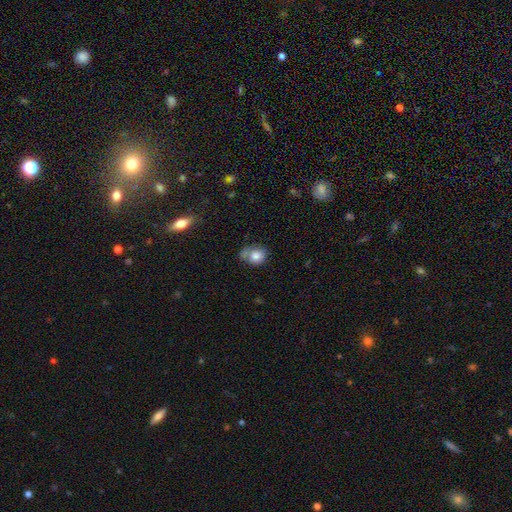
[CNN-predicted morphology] type=smooth (76%); roundness=round (61%); merging=none (42%).